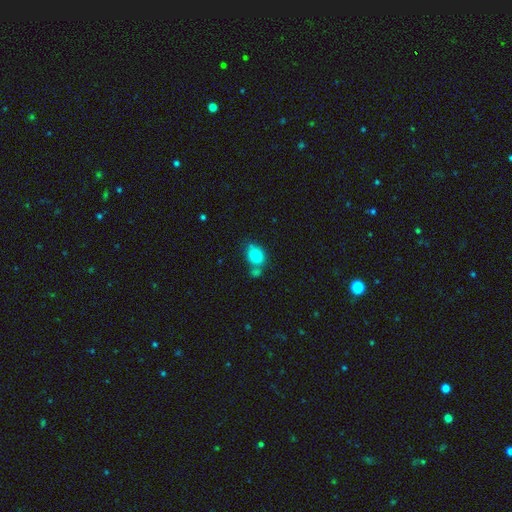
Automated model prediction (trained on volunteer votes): The model was most divided on "merging": none: 51%, merger: 26%, minor disturbance: 17%, major disturbance: 5%. More confident: smooth or featured — smooth (82%); how rounded — in between (65%).